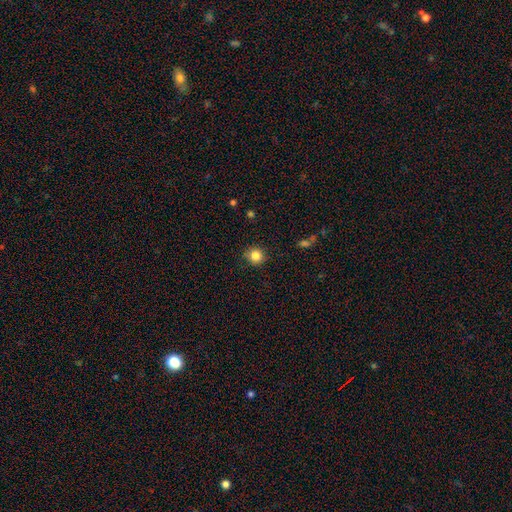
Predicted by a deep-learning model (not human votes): Q: Smooth or featured?
A: smooth (84%); runner-up: star or artifact (11%)
Q: How rounded?
A: round (91%); runner-up: in between (8%)
Q: Merging?
A: none (85%); runner-up: minor disturbance (11%)